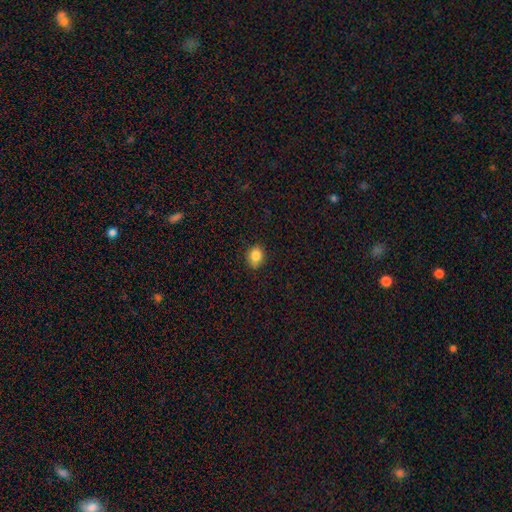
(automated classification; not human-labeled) Smooth or featured? smooth (84%)
How rounded? round (53%)
Merging? none (81%)